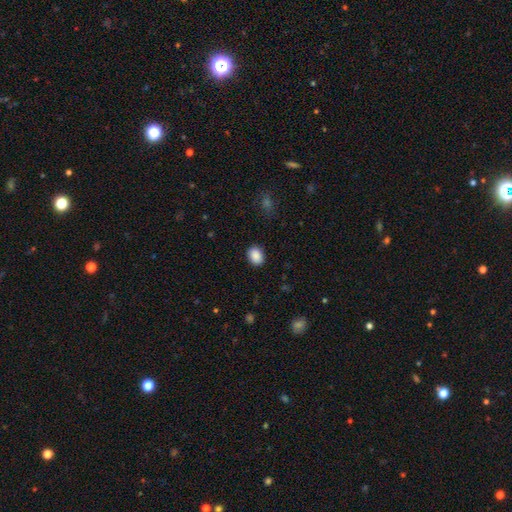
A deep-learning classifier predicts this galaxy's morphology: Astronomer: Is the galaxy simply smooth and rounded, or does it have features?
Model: smooth — 90%.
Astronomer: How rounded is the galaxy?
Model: in between — 64%.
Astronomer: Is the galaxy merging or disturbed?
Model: none — 88%.